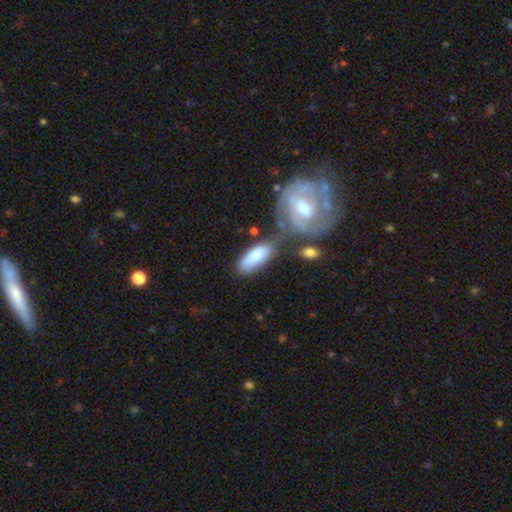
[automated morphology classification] Smooth or featured? smooth (70%)
How rounded? in between (79%)
Merging? none (48%)